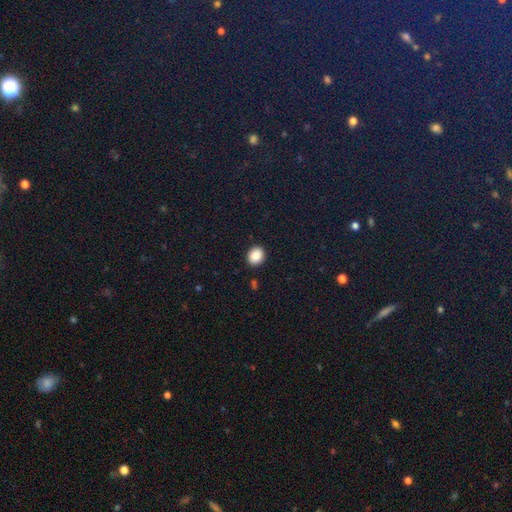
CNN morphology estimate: This appears to be a smooth galaxy with no disk features (88%) that is round (54%). Merging: none (90%).